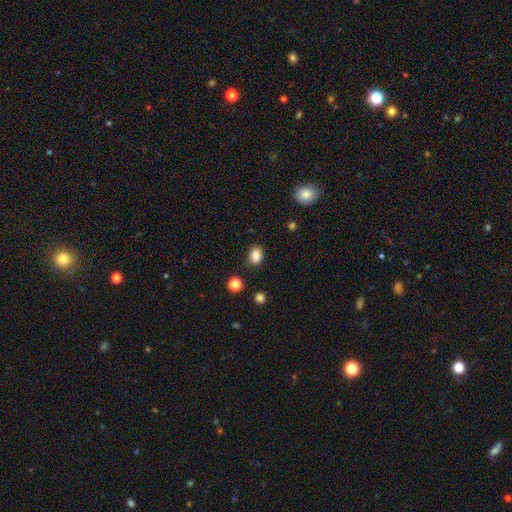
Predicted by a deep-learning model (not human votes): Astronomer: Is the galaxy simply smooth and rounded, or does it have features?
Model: smooth — 84%.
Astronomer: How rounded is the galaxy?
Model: in between — 64%.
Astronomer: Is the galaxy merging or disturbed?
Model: none — 82%.